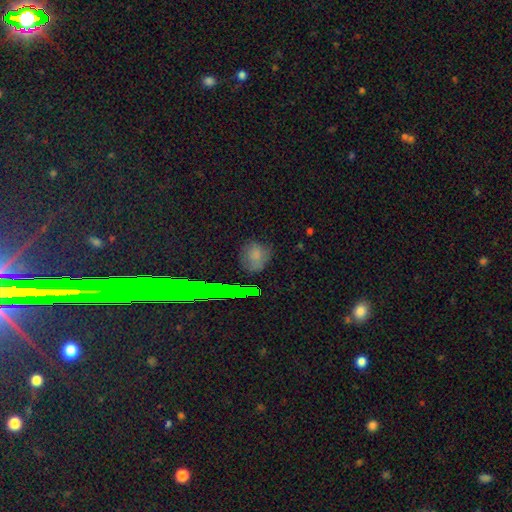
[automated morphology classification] Smooth or featured? smooth (69%)
How rounded? round (71%)
Merging? none (75%)